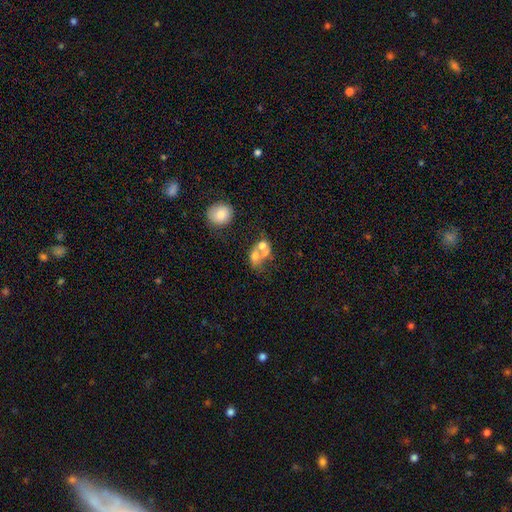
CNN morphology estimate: A smooth galaxy with no disk features (58%) that is in between round and cigar-shaped (52%).

Vote fractions:
- Smooth or featured? smooth: 58% / featured or disk: 30% / star or artifact: 13%
- How rounded? in between: 52% / round: 46% / cigar-shaped: 2%
- Merging? merger: 62% / none: 19% / major disturbance: 10% / minor disturbance: 9%